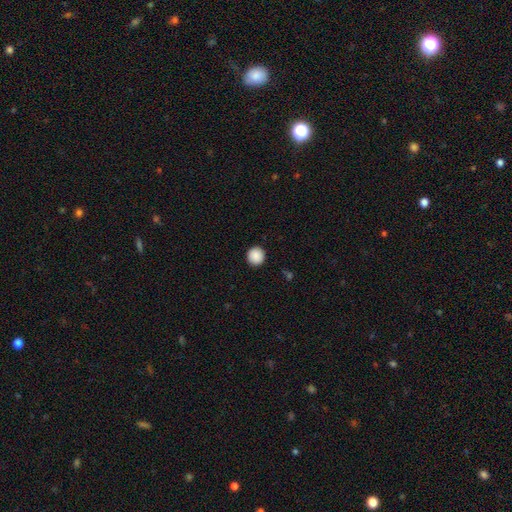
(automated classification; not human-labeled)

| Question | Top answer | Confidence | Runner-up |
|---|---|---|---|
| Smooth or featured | smooth | 89% | star or artifact (8%) |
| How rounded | round | 95% | in between (4%) |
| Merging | none | 92% | minor disturbance (5%) |